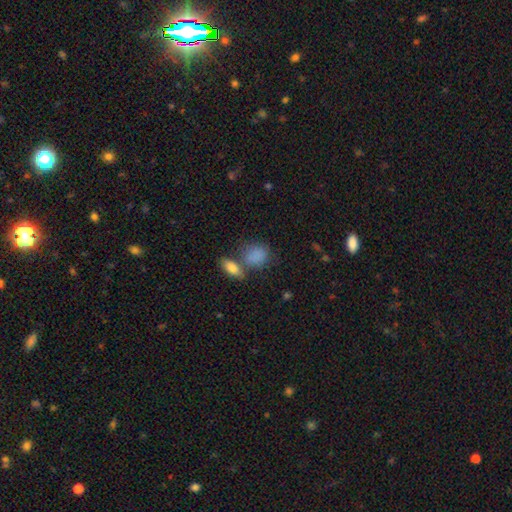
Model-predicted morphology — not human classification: This is clearly a smooth galaxy (84%). How rounded: likely in between (61%). Merging: possibly none (49%).